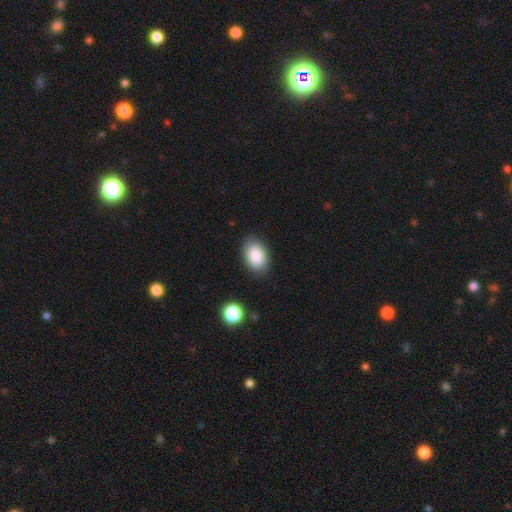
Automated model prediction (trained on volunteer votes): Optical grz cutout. It shows a smooth galaxy with no disk features (88%) that is in between round and cigar-shaped (90%). Merging: none (85%).